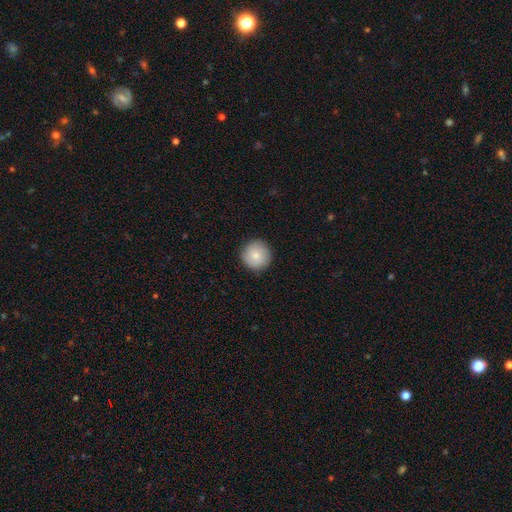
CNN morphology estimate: This appears to be a smooth galaxy with no disk features (82%) that is round (95%). Merging: none (91%).